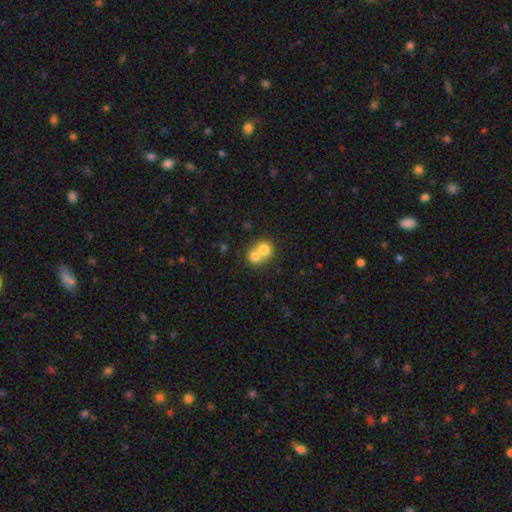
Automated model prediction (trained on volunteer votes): Smooth or featured: smooth — 71% (featured or disk — 20%)
How rounded: round — 74% (in between — 25%)
Merging: merger — 69% (none — 24%)